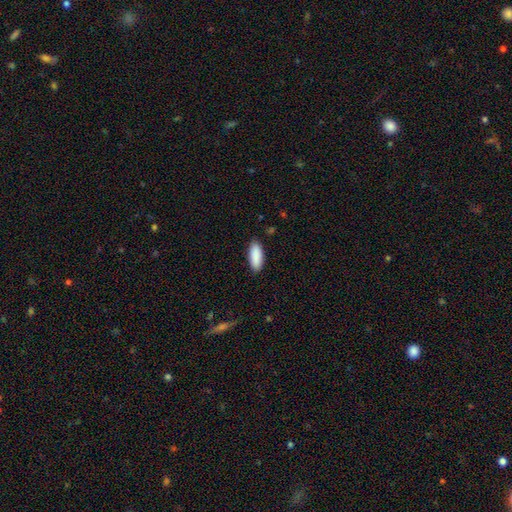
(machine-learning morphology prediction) smooth-or-featured: smooth: 91% | star or artifact: 6% | featured or disk: 4%
  how-rounded: in between: 74% | cigar-shaped: 24% | round: 2%
  merging: none: 88% | minor disturbance: 9% | major disturbance: 2% | merger: 1%